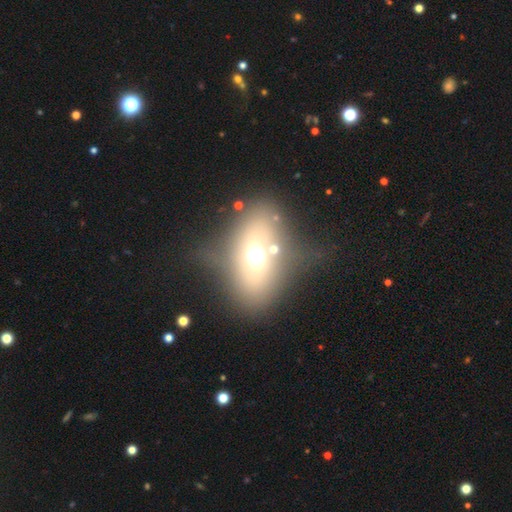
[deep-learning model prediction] Smooth or featured?
  - smooth: 53% *
  - featured or disk: 28%
  - star or artifact: 19%
How rounded?
  - in between: 68% *
  - round: 29%
  - cigar-shaped: 3%
Merging?
  - none: 58% *
  - minor disturbance: 18%
  - major disturbance: 17%
  - merger: 8%